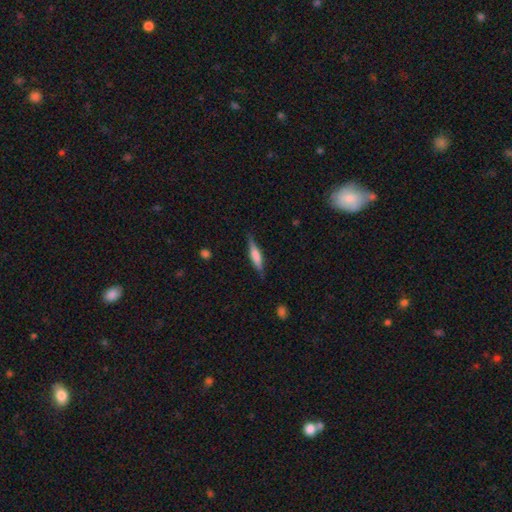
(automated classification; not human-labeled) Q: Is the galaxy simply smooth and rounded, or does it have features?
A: smooth — 50%.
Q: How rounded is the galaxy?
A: cigar-shaped — 76%.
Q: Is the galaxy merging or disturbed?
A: none — 81%.